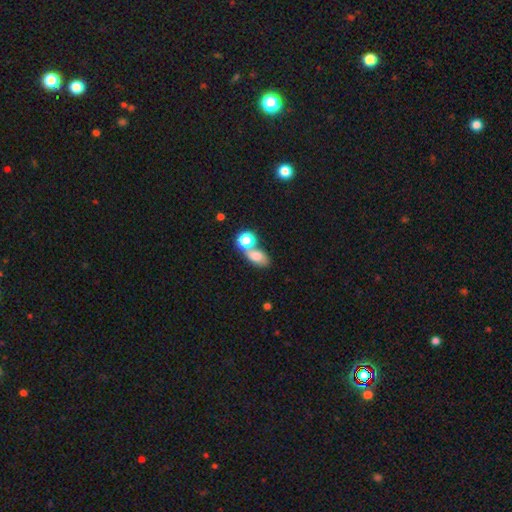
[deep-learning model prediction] smooth_or_featured: smooth (p=0.74) [alt: featured or disk p=0.13]
how_rounded: in between (p=0.77) [alt: round p=0.19]
merging: merger (p=0.49) [alt: none p=0.33]